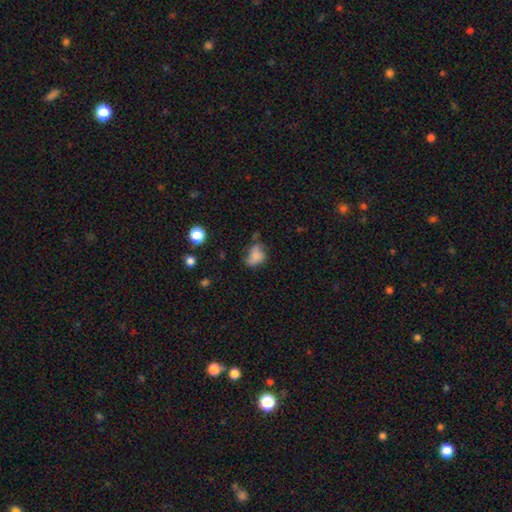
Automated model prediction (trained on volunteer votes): Overall: smooth (73%). How rounded: in between (66%; round 32%). Merging: none (38%; minor disturbance 34%).